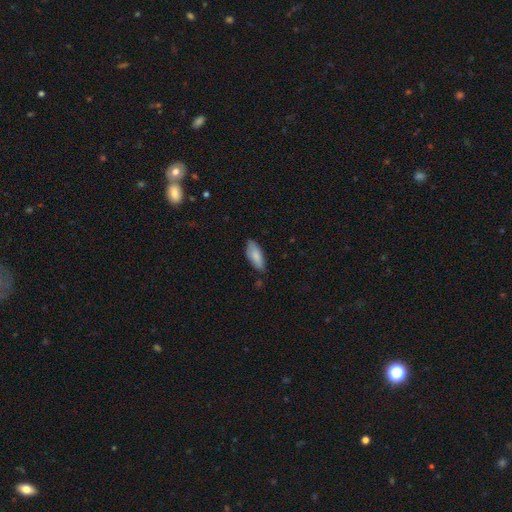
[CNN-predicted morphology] This appears to be a smooth galaxy with no disk features (84%) that is in between round and cigar-shaped (78%). Merging: none (74%).